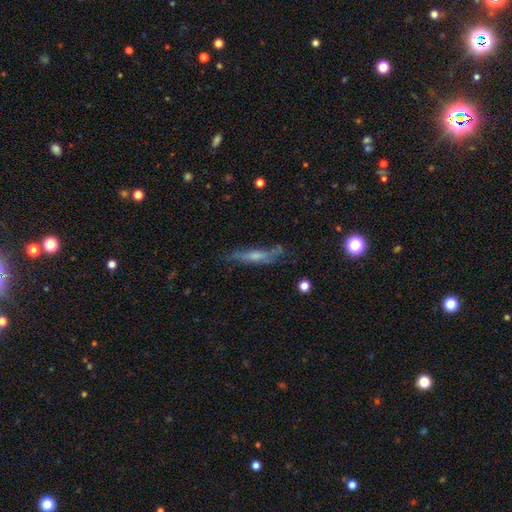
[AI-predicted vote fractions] The model was most divided on "smooth or featured": featured or disk: 48%, smooth: 41%, star or artifact: 11%. More confident: merging — none (64%).